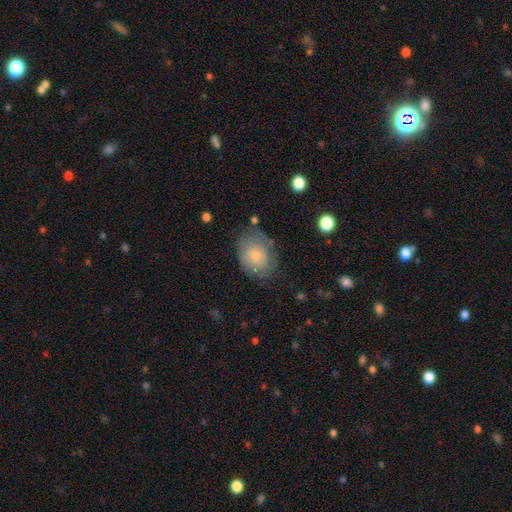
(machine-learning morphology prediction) smooth 71%, featured or disk 21%, star or artifact 8%. Down the decision tree: how rounded — in between (63%); merging — none (62%).